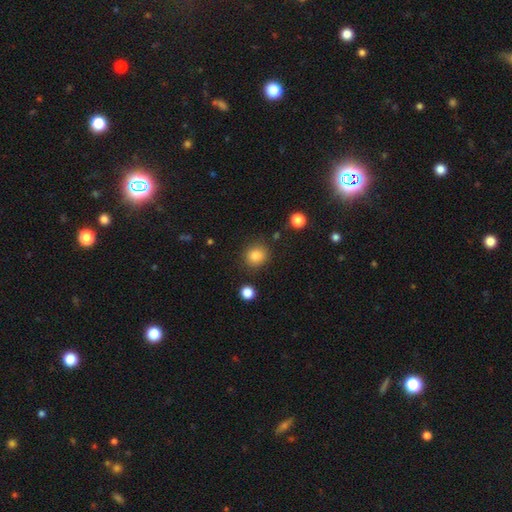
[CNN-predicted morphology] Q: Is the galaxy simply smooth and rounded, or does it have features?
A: smooth — 84%.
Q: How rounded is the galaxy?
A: round — 82%.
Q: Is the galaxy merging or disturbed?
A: none — 86%.